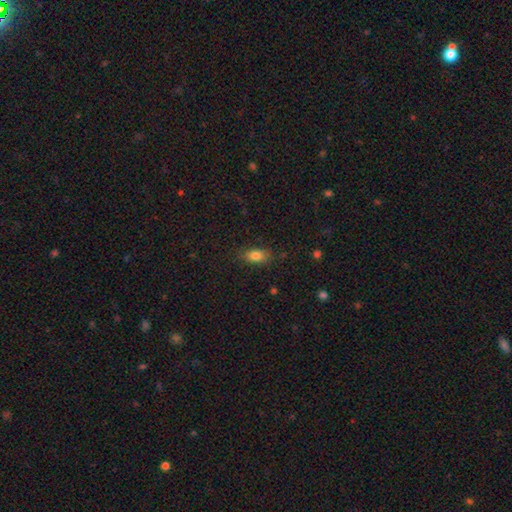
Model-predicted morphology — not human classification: A smooth galaxy with no disk features (81%) that is in between round and cigar-shaped (84%).

Vote fractions:
- Smooth or featured? smooth: 81% / star or artifact: 10% / featured or disk: 9%
- How rounded? in between: 84% / round: 10% / cigar-shaped: 6%
- Merging? none: 82% / minor disturbance: 13% / major disturbance: 3% / merger: 1%